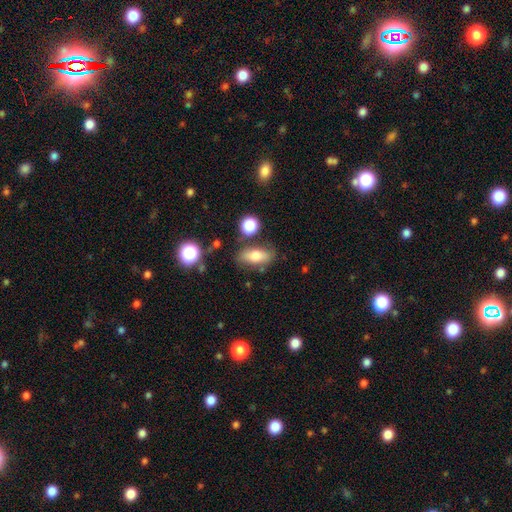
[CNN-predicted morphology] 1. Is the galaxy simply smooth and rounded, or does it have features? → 68% smooth, 22% featured or disk, 10% star or artifact.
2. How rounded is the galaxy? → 78% in between, 14% cigar-shaped, 8% round.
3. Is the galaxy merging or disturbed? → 74% none, 15% minor disturbance, 6% merger, 5% major disturbance.